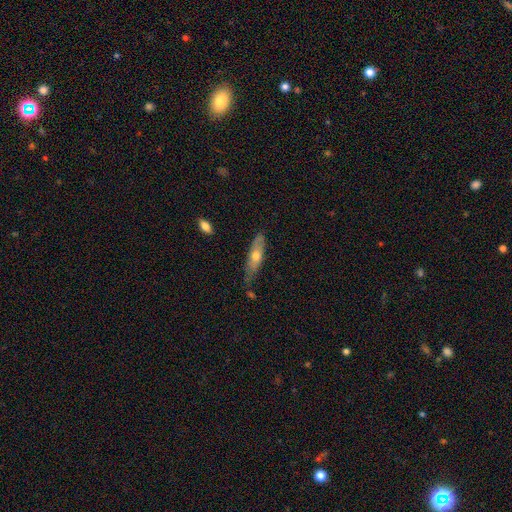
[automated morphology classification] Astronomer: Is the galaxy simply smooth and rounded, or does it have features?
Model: smooth — 51% (runner-up: featured or disk, 43%).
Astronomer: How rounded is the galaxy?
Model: cigar-shaped — 62%.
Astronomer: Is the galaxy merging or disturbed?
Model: none — 64%.